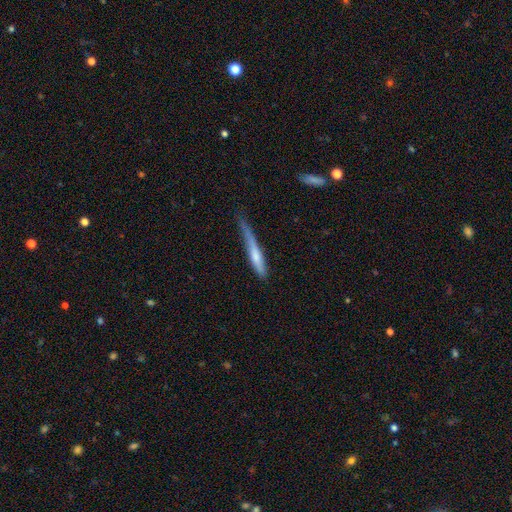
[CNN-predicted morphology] This appears to be a smooth galaxy with no disk features (61%) that is cigar-shaped (93%). Merging: none (43%).